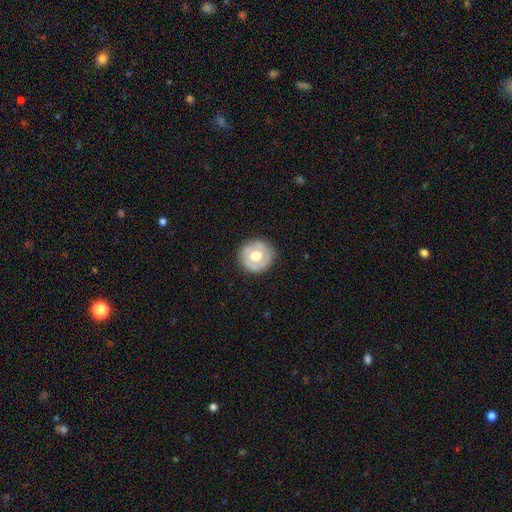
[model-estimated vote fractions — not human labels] Smooth or featured? Predicted: featured or disk (p=0.48). Merging? Predicted: none (p=0.85).